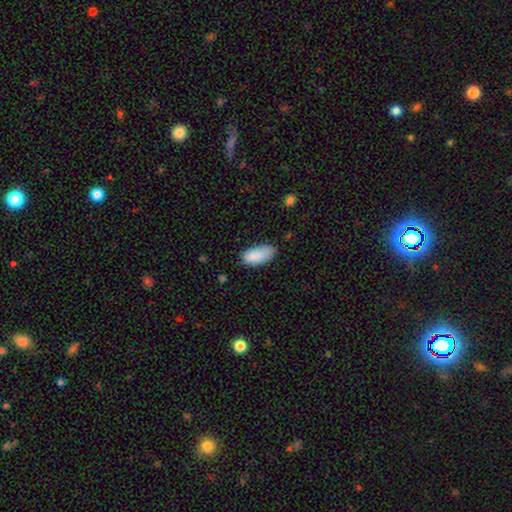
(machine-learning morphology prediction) type=smooth (88%); roundness=in between (92%); merging=none (68%).